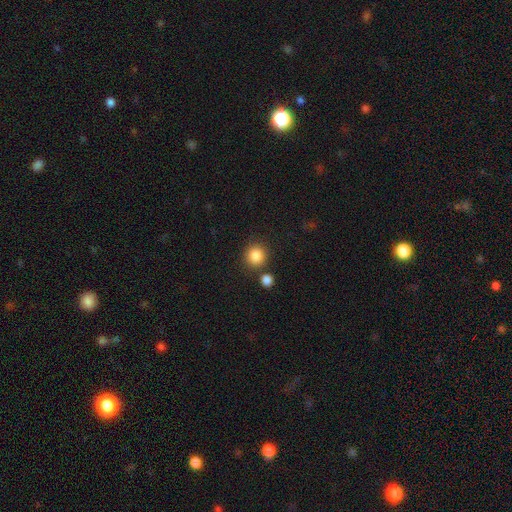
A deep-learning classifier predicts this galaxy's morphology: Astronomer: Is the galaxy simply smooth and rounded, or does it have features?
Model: smooth — 87%.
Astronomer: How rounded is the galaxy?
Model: round — 89%.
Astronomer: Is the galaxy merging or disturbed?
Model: none — 80%.